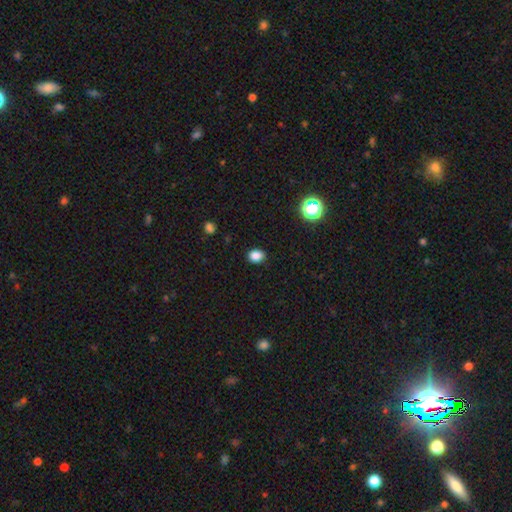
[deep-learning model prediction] Smooth or featured? Predicted: smooth (p=0.85). How rounded? Predicted: in between (p=0.54). Merging? Predicted: none (p=0.88).